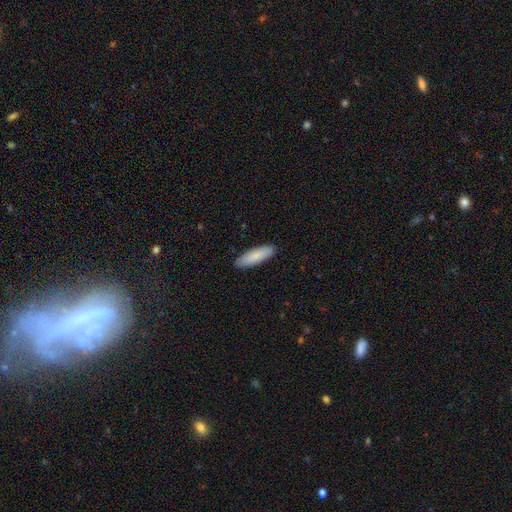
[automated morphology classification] This is clearly a smooth galaxy (84%). How rounded: possibly cigar-shaped (50%). Merging: clearly none (89%).